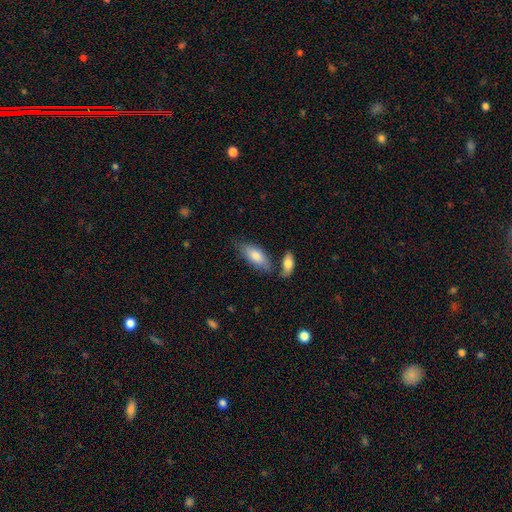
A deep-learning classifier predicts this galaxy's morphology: Smooth or featured? Predicted: smooth (p=0.78). How rounded? Predicted: in between (p=0.80). Merging? Predicted: none (p=0.65).